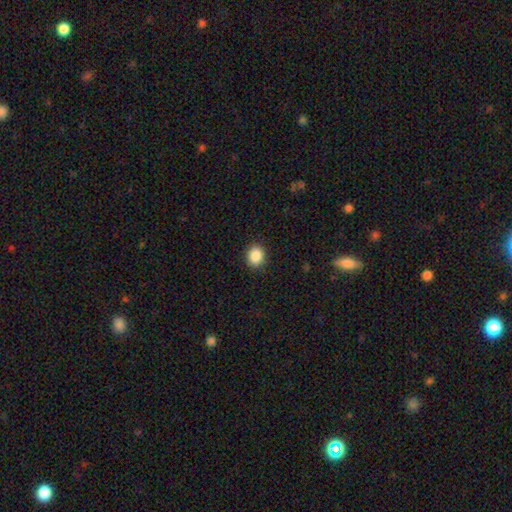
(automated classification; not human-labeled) Overall: smooth (88%). How rounded: round (64%; in between 35%). Merging: none (90%).